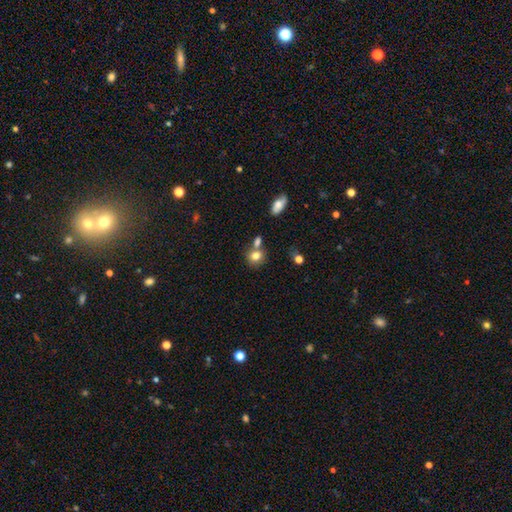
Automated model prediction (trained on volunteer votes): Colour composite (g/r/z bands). It shows a smooth galaxy with no disk features (79%) that is round (76%). Merging: none (58%).